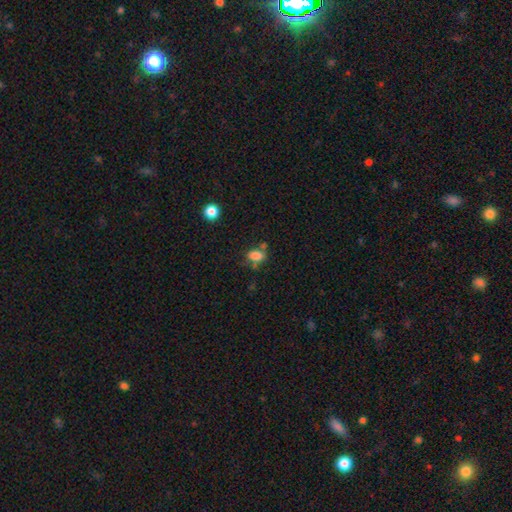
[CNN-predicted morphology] This is likely a smooth galaxy (80%). How rounded: clearly in between (81%). Merging: possibly none (50%).